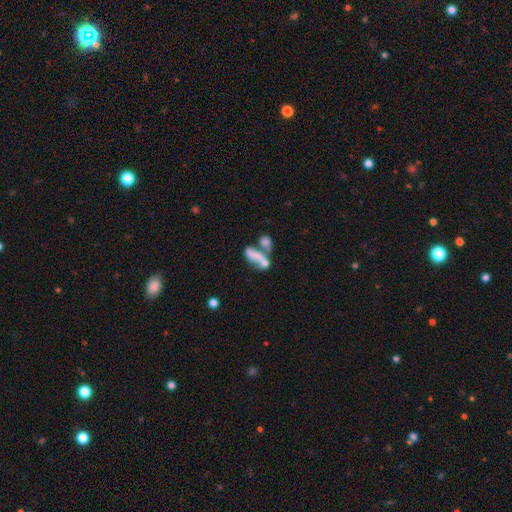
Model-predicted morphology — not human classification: Overall: smooth (53%; featured or disk 34%). How rounded: in between (70%). Merging: merger (57%; none 18%).